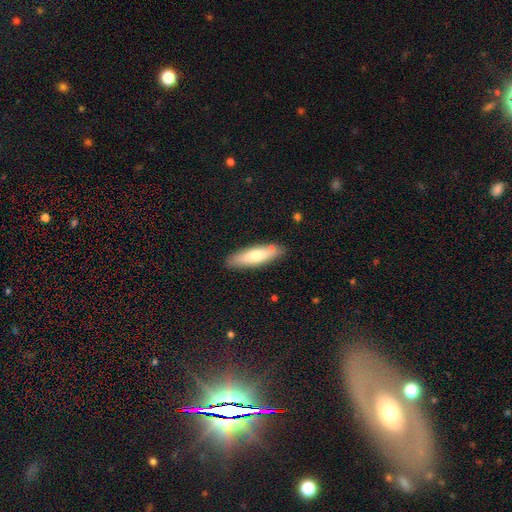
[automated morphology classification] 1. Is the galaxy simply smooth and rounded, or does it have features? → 68% smooth, 26% featured or disk, 6% star or artifact.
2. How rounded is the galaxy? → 56% cigar-shaped, 42% in between, 2% round.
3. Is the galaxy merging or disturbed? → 84% none, 12% minor disturbance, 2% merger, 2% major disturbance.